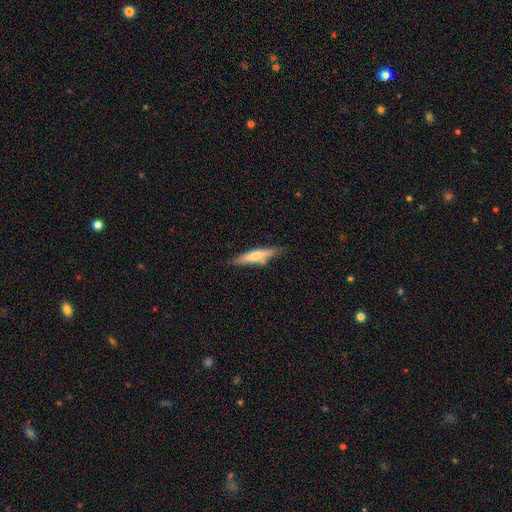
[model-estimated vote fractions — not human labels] A smooth galaxy with no disk features (53%) that is cigar-shaped (87%).

Vote fractions:
- Smooth or featured? smooth: 53% / featured or disk: 41% / star or artifact: 6%
- How rounded? cigar-shaped: 87% / in between: 12% / round: 1%
- Merging? none: 80% / minor disturbance: 13% / merger: 4% / major disturbance: 3%